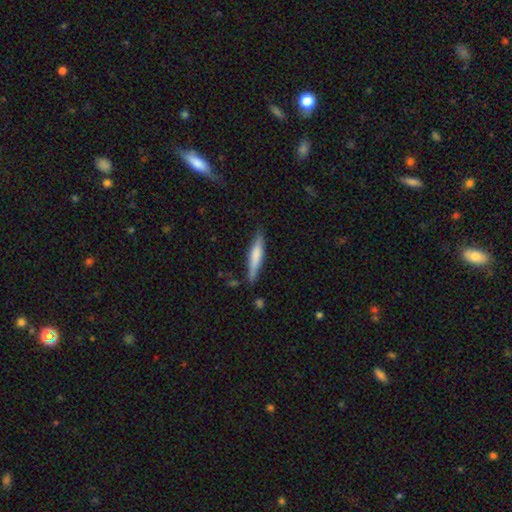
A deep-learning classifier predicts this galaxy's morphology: Smooth or featured?
  - smooth: 61% *
  - featured or disk: 33%
  - star or artifact: 6%
How rounded?
  - cigar-shaped: 86% *
  - in between: 12%
  - round: 1%
Merging?
  - none: 79% *
  - minor disturbance: 15%
  - major disturbance: 3%
  - merger: 2%